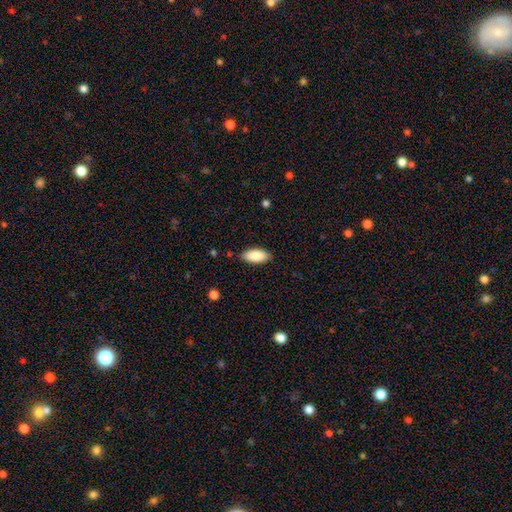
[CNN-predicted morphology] Overall: smooth (87%). How rounded: in between (89%). Merging: none (86%).